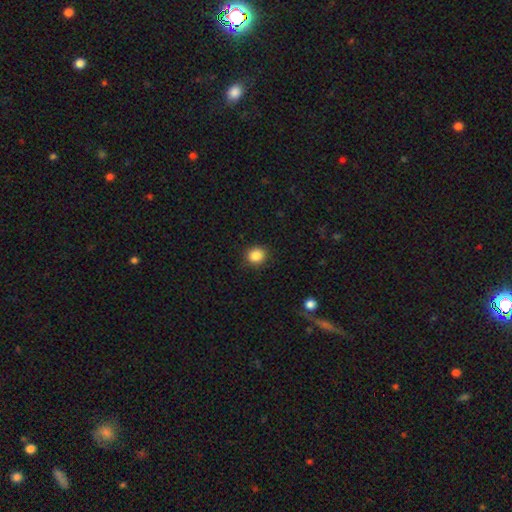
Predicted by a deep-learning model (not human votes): A smooth galaxy with no disk features (86%) that is round (82%). Merging: none (89%).